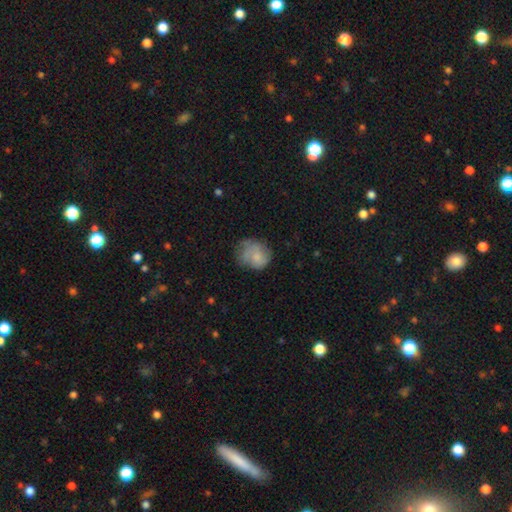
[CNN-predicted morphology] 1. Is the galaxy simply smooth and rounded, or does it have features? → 60% smooth, 32% featured or disk, 8% star or artifact.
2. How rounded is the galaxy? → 67% round, 32% in between, 1% cigar-shaped.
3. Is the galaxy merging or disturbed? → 49% none, 30% minor disturbance, 18% major disturbance, 2% merger.